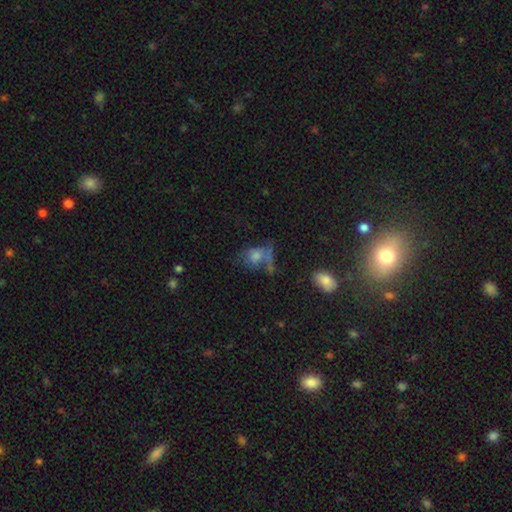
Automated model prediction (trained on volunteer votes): smooth 55%, featured or disk 24%, star or artifact 22%. Down the decision tree: how rounded — in between (58%); merging — none (39%).